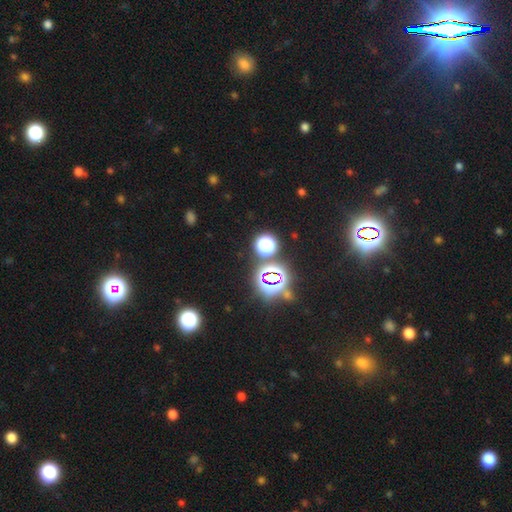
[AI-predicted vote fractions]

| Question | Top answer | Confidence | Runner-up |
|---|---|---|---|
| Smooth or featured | star or artifact | 79% | smooth (14%) |